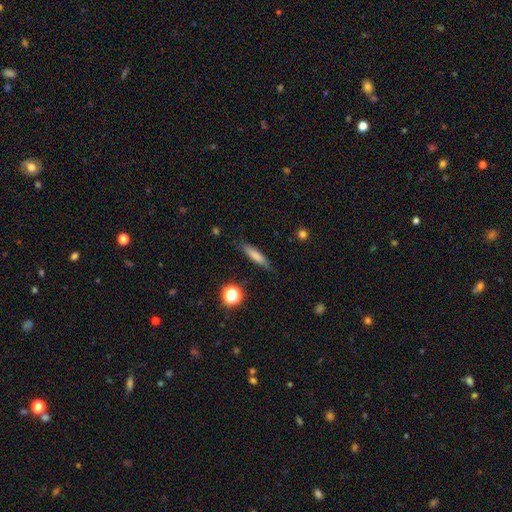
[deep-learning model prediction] The model was most divided on "smooth or featured": smooth: 74%, featured or disk: 18%, star or artifact: 9%. More confident: merging — none (82%); how rounded — cigar-shaped (80%).